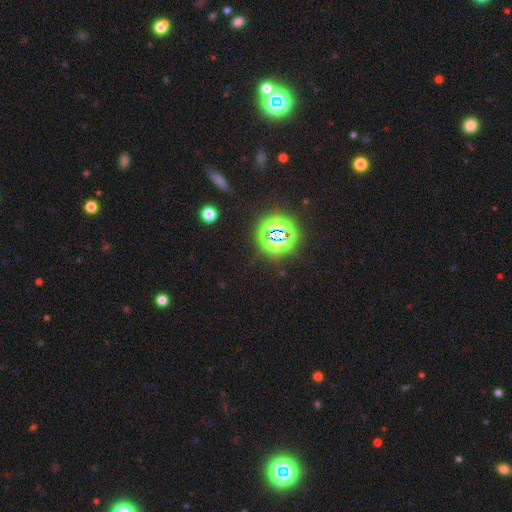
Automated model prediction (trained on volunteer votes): smooth_or_featured: star or artifact (p=0.79) [alt: smooth p=0.14]